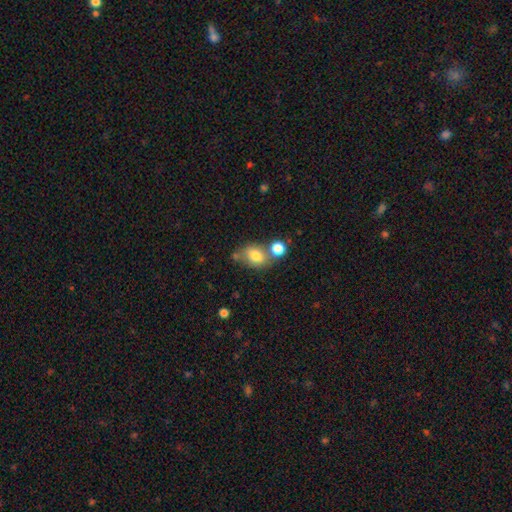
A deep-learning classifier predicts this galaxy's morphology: The model was most divided on "merging": none: 49%, merger: 30%, minor disturbance: 15%, major disturbance: 6%. More confident: smooth or featured — smooth (76%); how rounded — in between (60%).